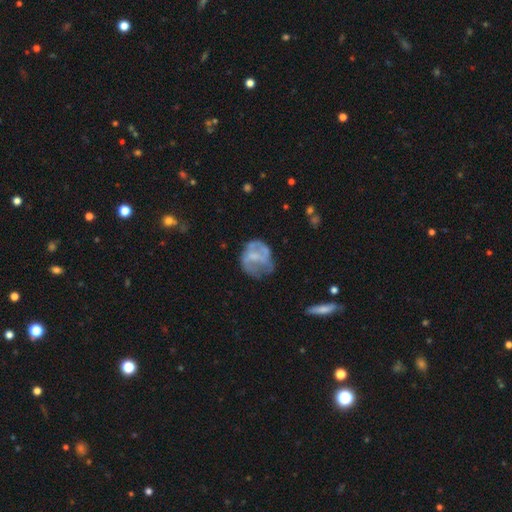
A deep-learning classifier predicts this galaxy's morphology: The model was most divided on "spiral arms": no: 55%, yes: 45%. Remaining: edge-on disk — no (97%); smooth or featured — featured or disk (56%); bar — no (53%); merging — none (44%); bulge size — none (39%).